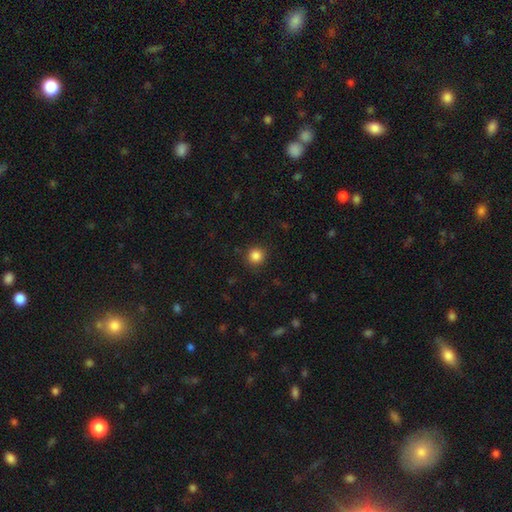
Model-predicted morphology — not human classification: type=smooth (85%); roundness=round (93%); merging=none (89%).